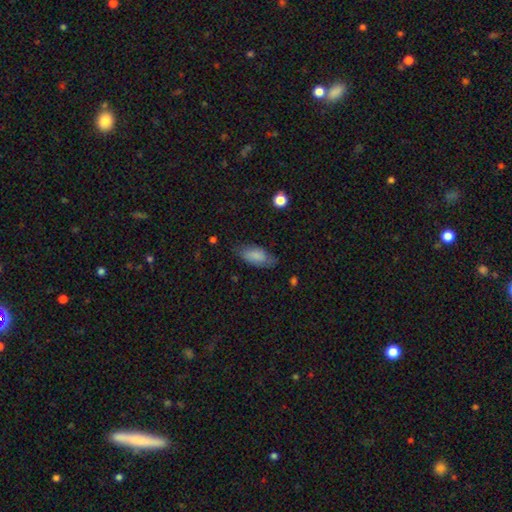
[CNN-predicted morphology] type=smooth (83%); roundness=in between (89%); merging=none (68%).